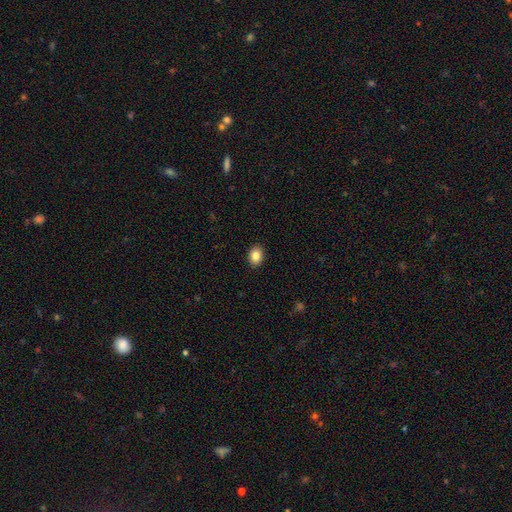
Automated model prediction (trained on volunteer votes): smooth_or_featured: smooth (p=0.85) [alt: star or artifact p=0.09]
how_rounded: in between (p=0.65) [alt: round p=0.34]
merging: none (p=0.91) [alt: minor disturbance p=0.07]